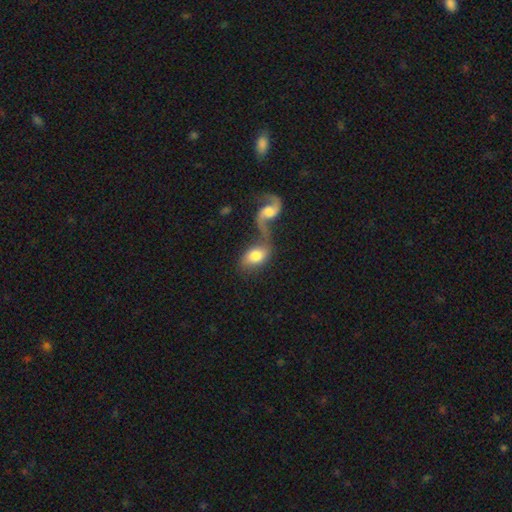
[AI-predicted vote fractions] smooth_or_featured: smooth (p=0.61) [alt: featured or disk p=0.32]
how_rounded: in between (p=0.86) [alt: round p=0.12]
merging: merger (p=0.64) [alt: none p=0.20]